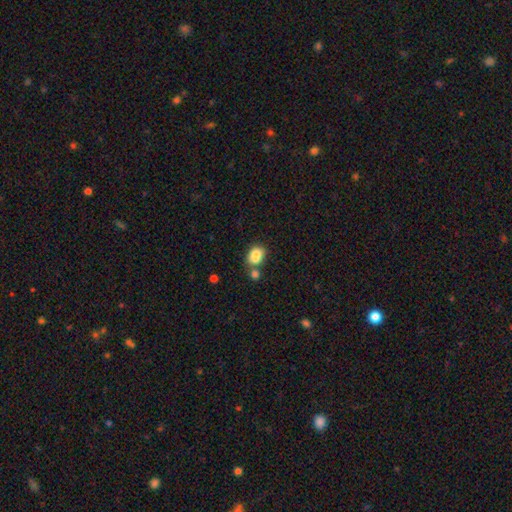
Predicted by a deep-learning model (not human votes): smooth 83%, star or artifact 9%, featured or disk 8%. Down the decision tree: how rounded — in between (63%); merging — none (45%).